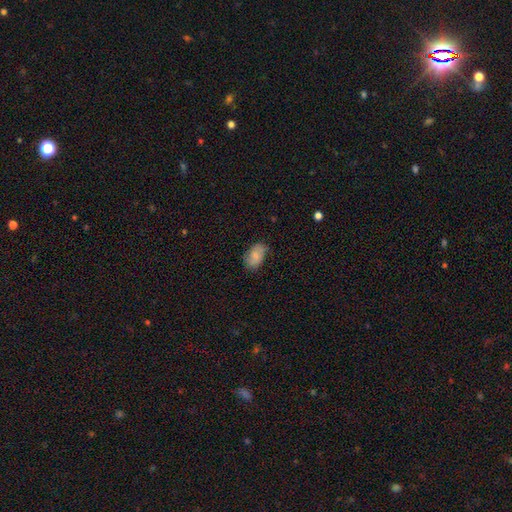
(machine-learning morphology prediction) A smooth galaxy with no disk features (78%) that is in between round and cigar-shaped (92%). Merging: none (72%).